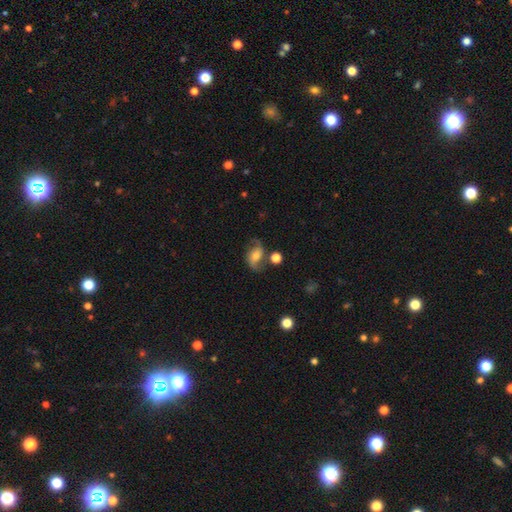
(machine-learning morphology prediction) Smooth or featured? Predicted: featured or disk (p=0.72). Edge-on disk? Predicted: no (p=0.97). Bar? Predicted: no (p=0.51). Spiral arms? Predicted: yes (p=0.93). Spiral winding? Predicted: loose (p=0.59). Spiral arm count? Predicted: 2 (p=0.91). Bulge size? Predicted: moderate (p=0.55). Merging? Predicted: none (p=0.66).